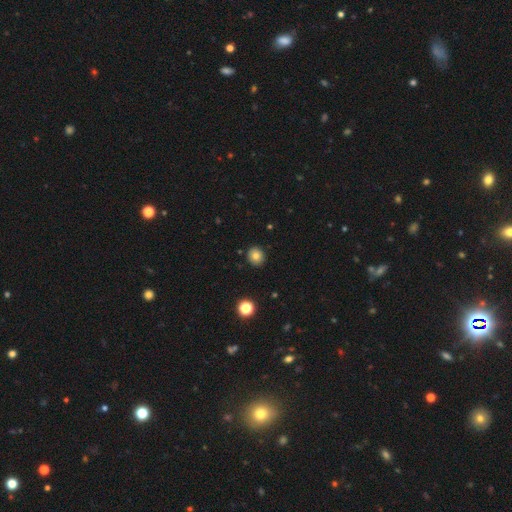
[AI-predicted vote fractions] Smooth or featured: smooth — 79% (star or artifact — 12%)
How rounded: round — 83% (in between — 16%)
Merging: none — 90% (minor disturbance — 6%)